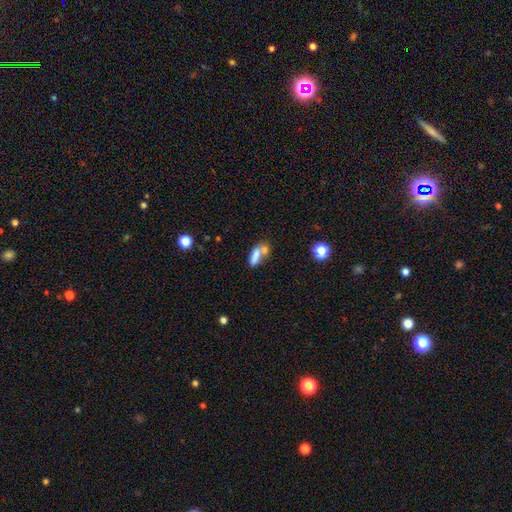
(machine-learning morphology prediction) A smooth galaxy with no disk features (74%) that is in between round and cigar-shaped (61%). Merging: merger (48%).